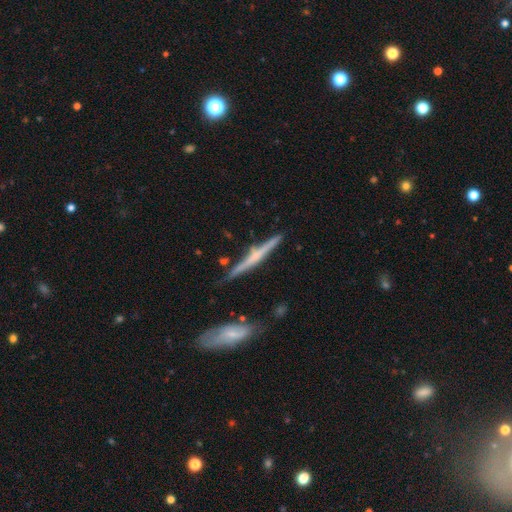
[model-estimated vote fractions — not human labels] smooth-or-featured: featured or disk: 69% | smooth: 25% | star or artifact: 6%
  disk-edge-on: yes: 97% | no: 3%
    edge-on-bulge: rounded: 52% | none: 32% | boxy: 16%
  merging: none: 80% | minor disturbance: 12% | merger: 5% | major disturbance: 3%